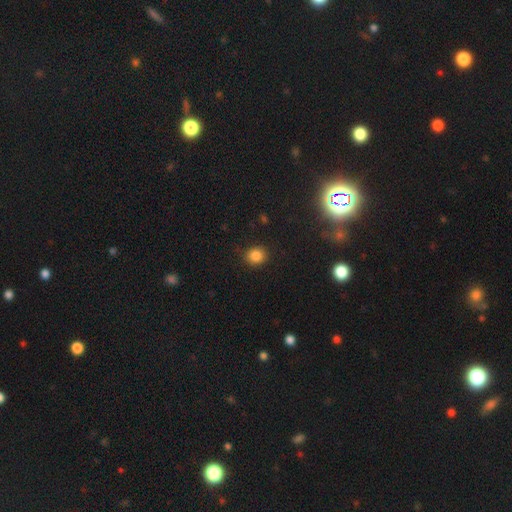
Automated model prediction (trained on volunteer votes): Q: Smooth or featured?
A: smooth (84%); runner-up: star or artifact (12%)
Q: How rounded?
A: round (78%); runner-up: in between (21%)
Q: Merging?
A: none (88%); runner-up: minor disturbance (9%)